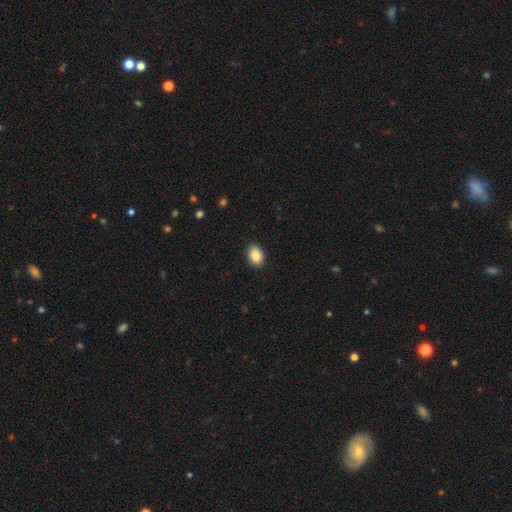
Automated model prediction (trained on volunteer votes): Overall: smooth (89%). How rounded: in between (73%). Merging: none (87%).